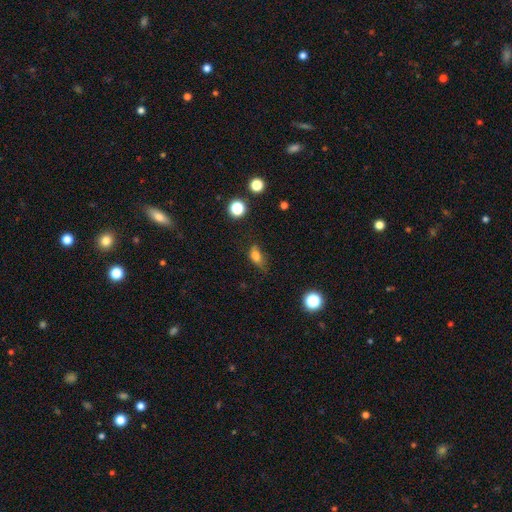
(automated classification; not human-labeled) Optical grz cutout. It shows a smooth galaxy with no disk features (76%) that is in between round and cigar-shaped (79%). Merging: none (47%).